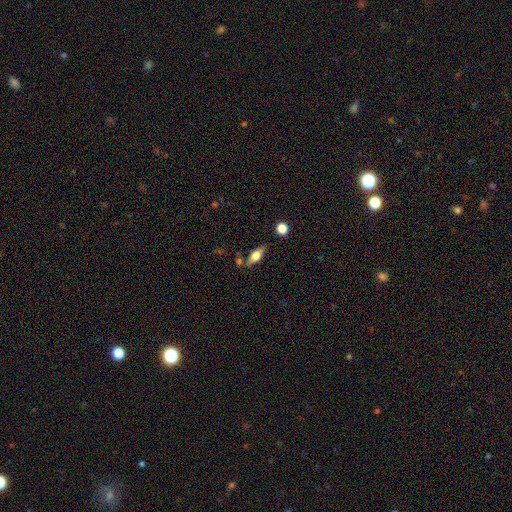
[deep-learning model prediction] This appears to be a smooth galaxy with no disk features (49%). Merging: none (77%).